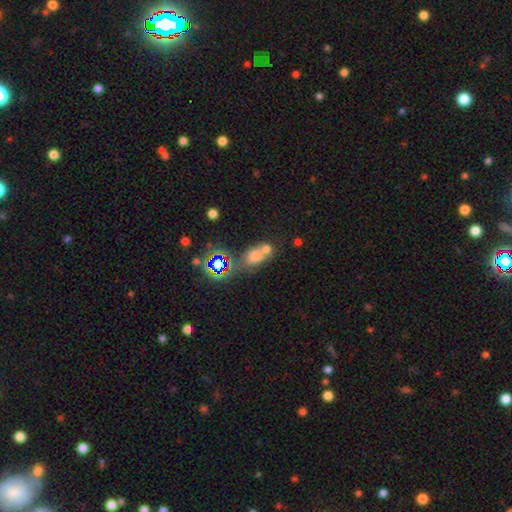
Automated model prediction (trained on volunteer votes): This is likely a smooth galaxy (64%). How rounded: possibly in between (51%). Merging: possibly merger (45%).